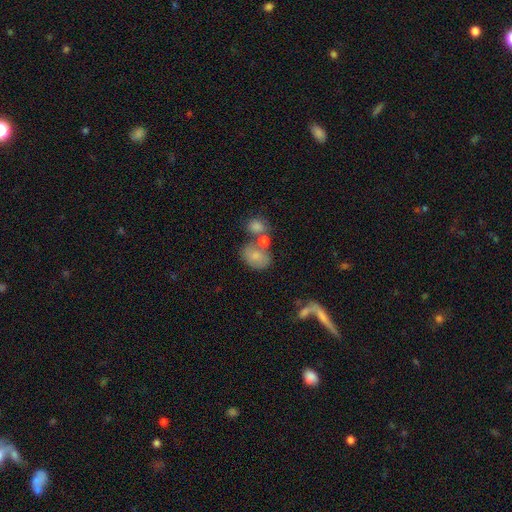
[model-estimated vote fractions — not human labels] The model was most divided on "merging": none: 42%, merger: 33%, minor disturbance: 17%, major disturbance: 8%. More confident: smooth or featured — smooth (73%); how rounded — in between (65%).